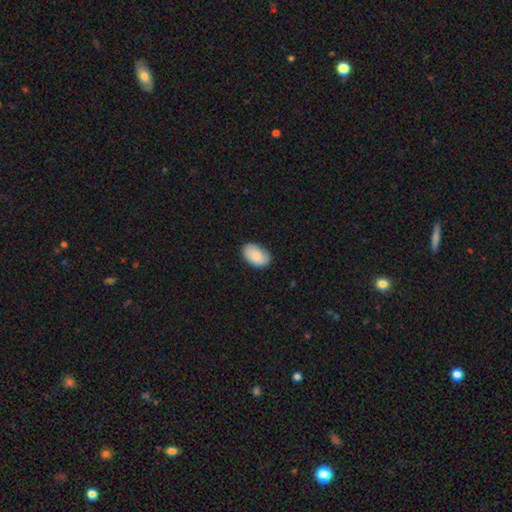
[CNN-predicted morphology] type=smooth (86%); roundness=in between (91%); merging=none (80%).